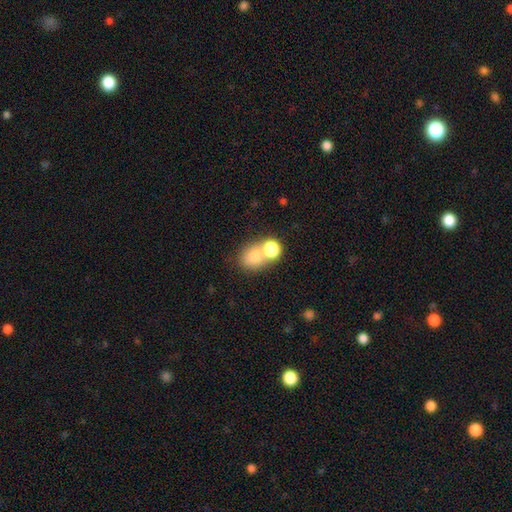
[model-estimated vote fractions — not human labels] This appears to be a smooth galaxy with no disk features (75%) that is round (58%). Merging: merger (48%).